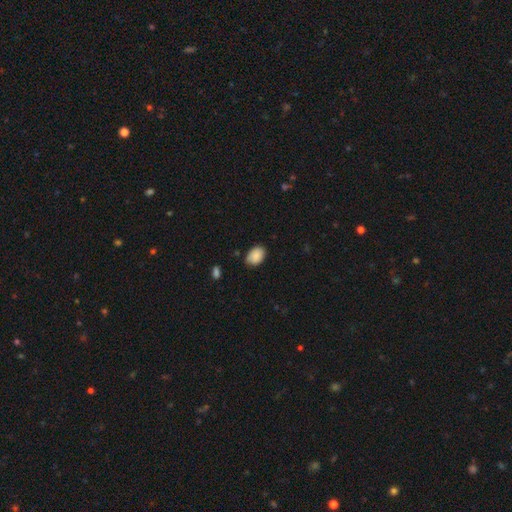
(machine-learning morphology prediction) A smooth galaxy with no disk features (88%) that is in between round and cigar-shaped (85%). Merging: none (76%).